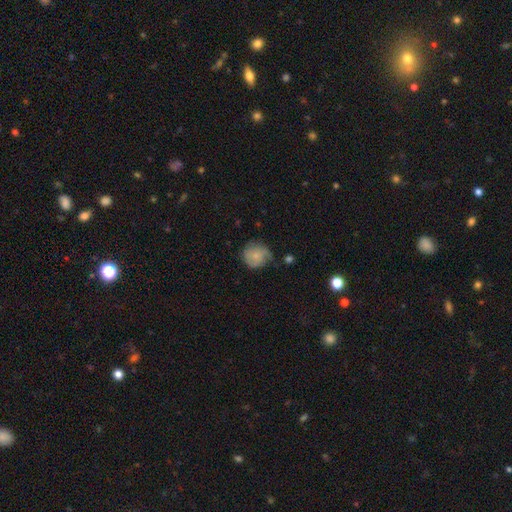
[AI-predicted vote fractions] Morphology: type=smooth (68%); roundness=round (85%); merging=none (54%).